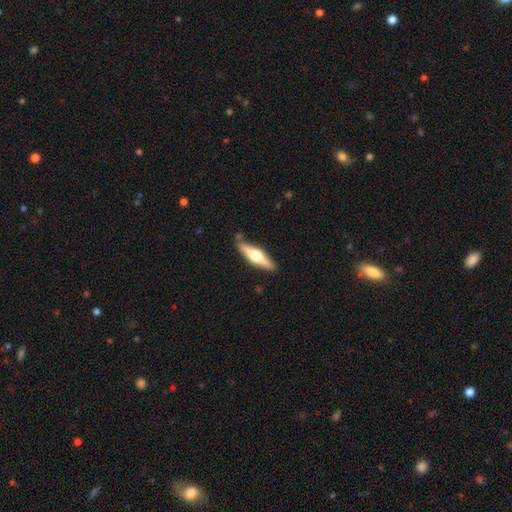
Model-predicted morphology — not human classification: Q: Smooth or featured?
A: featured or disk (60%); runner-up: smooth (35%)
Q: Edge-on disk?
A: yes (95%); runner-up: no (5%)
Q: Edge-on bulge?
A: rounded (95%); runner-up: boxy (3%)
Q: Merging?
A: none (84%); runner-up: minor disturbance (11%)